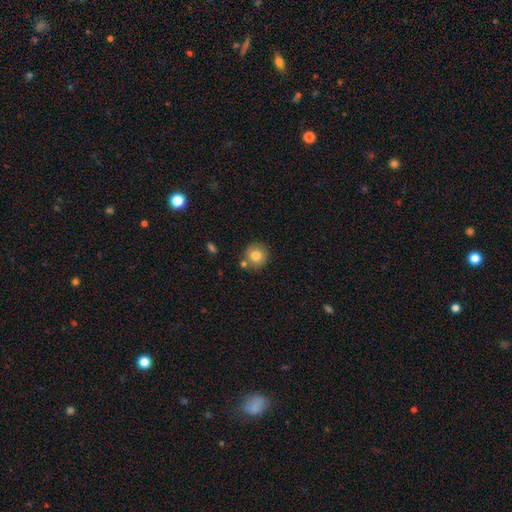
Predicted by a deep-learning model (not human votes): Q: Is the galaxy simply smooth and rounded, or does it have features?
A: smooth — 79%.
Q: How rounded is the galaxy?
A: round — 92%.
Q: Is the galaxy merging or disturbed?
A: none — 77%.